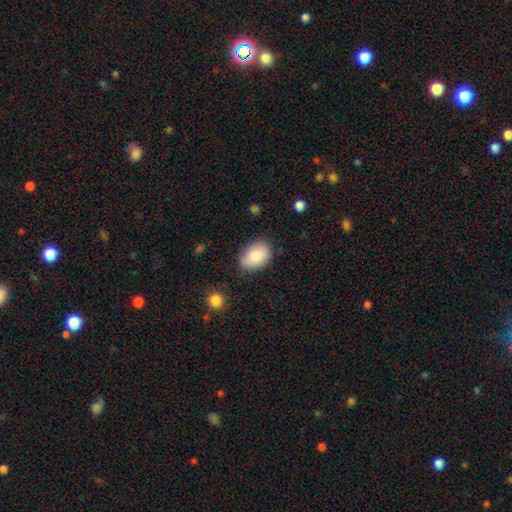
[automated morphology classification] Smooth or featured? Predicted: smooth (p=0.85). How rounded? Predicted: in between (p=0.82). Merging? Predicted: none (p=0.72).